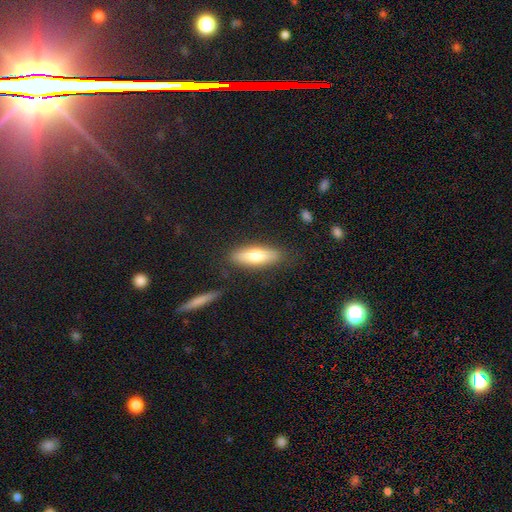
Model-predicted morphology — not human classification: Smooth or featured?
  - smooth: 68% *
  - featured or disk: 26%
  - star or artifact: 6%
How rounded?
  - cigar-shaped: 54% *
  - in between: 43%
  - round: 2%
Merging?
  - none: 83% *
  - minor disturbance: 11%
  - major disturbance: 3%
  - merger: 3%